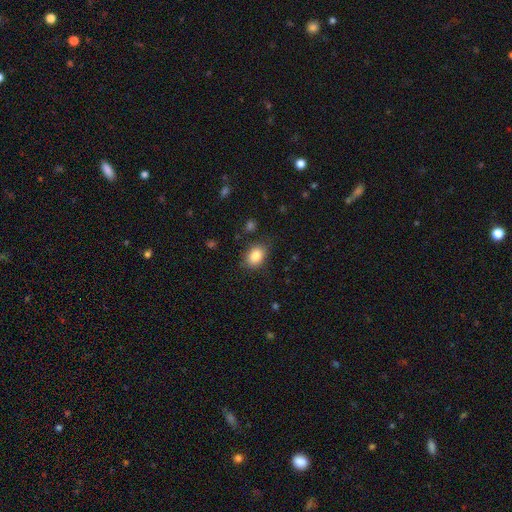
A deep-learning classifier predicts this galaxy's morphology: smooth-or-featured: smooth: 85% | star or artifact: 9% | featured or disk: 7%
  how-rounded: in between: 73% | round: 26% | cigar-shaped: 1%
  merging: none: 82% | minor disturbance: 13% | major disturbance: 3% | merger: 2%